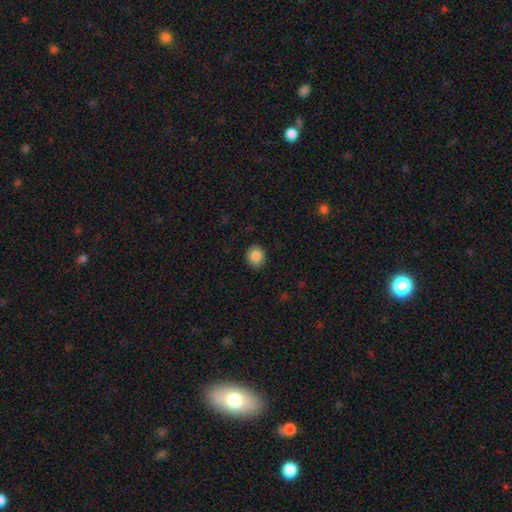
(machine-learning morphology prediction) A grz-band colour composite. It shows a smooth galaxy with no disk features (86%) that is round (72%). Merging: none (88%).